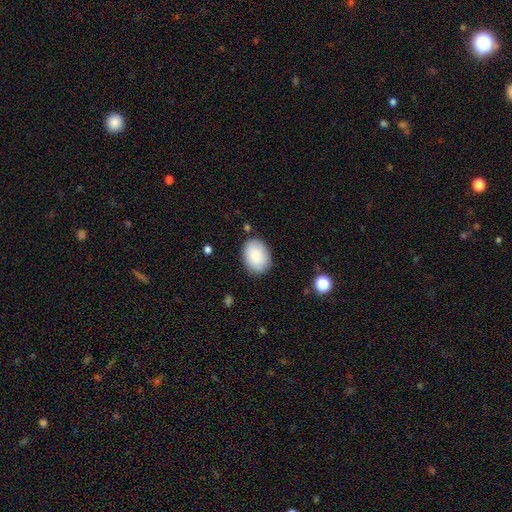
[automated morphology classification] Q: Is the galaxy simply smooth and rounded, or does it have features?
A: smooth — 87%.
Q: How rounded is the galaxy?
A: in between — 74%.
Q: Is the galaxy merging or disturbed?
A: none — 85%.